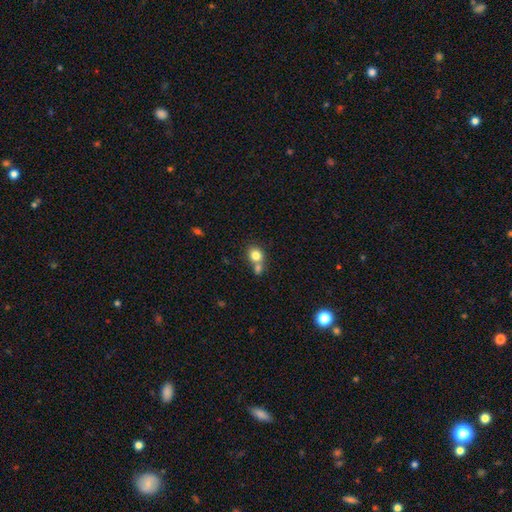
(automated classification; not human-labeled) Smooth or featured: smooth — 80% (star or artifact — 10%)
How rounded: round — 72% (in between — 27%)
Merging: merger — 46% (none — 43%)